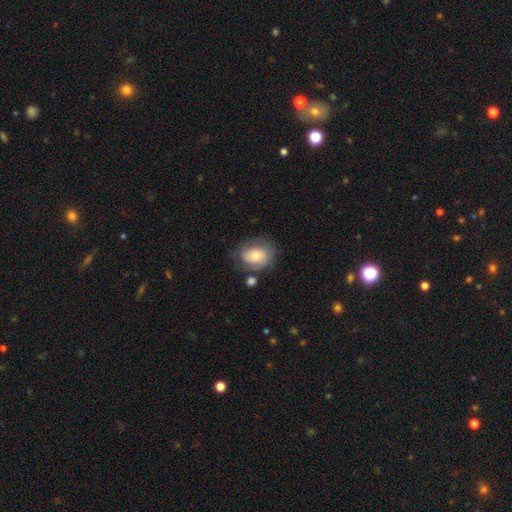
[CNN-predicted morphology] Smooth or featured? Predicted: smooth (p=0.57). How rounded? Predicted: in between (p=0.56). Merging? Predicted: none (p=0.58).